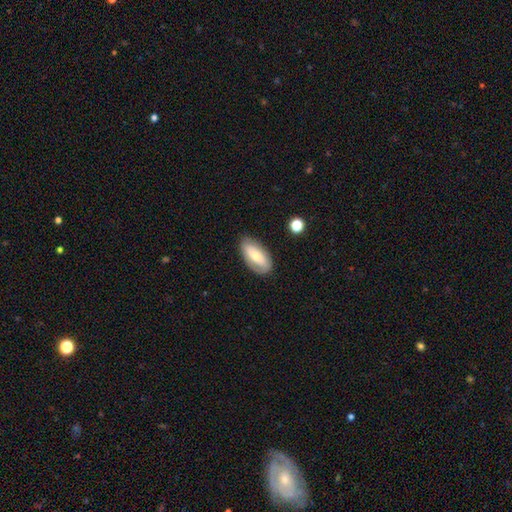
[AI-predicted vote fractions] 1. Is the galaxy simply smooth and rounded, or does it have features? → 57% smooth, 37% featured or disk, 6% star or artifact.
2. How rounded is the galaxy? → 90% in between, 8% cigar-shaped, 3% round.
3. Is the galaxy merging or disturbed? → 80% none, 14% minor disturbance, 4% major disturbance, 1% merger.